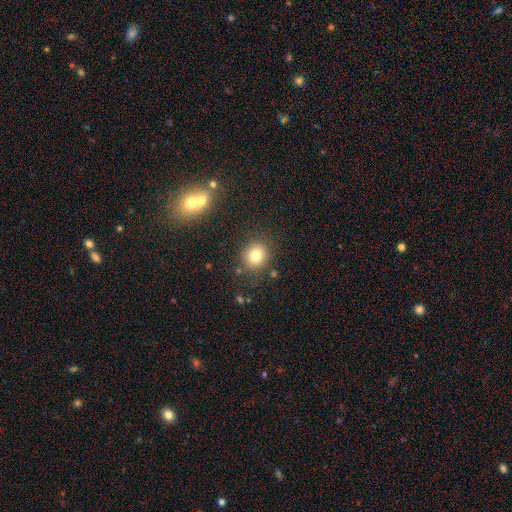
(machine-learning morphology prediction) A smooth galaxy with no disk features (77%) that is round (82%). Merging: none (83%).